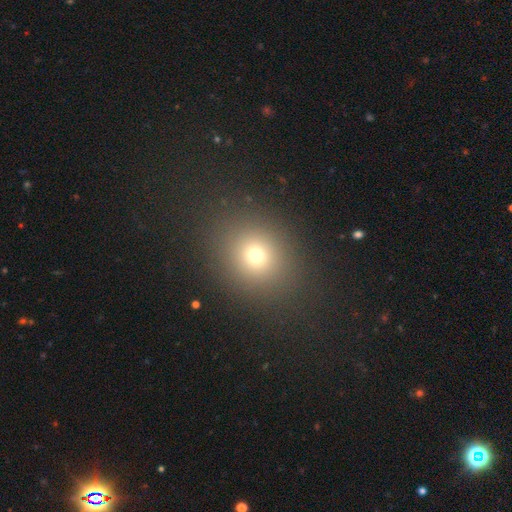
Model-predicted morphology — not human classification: Smooth or featured? Predicted: smooth (p=0.70). How rounded? Predicted: round (p=0.72). Merging? Predicted: none (p=0.86).